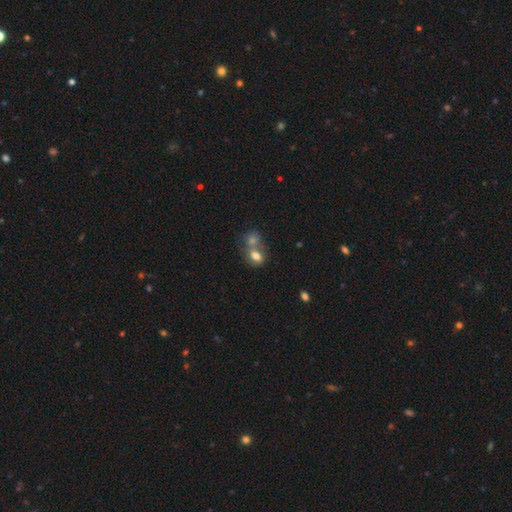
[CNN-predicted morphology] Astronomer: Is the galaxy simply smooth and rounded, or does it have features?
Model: smooth — 75%.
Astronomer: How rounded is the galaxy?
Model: in between — 59% (runner-up: round, 40%).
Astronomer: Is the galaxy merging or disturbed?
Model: merger — 67%.